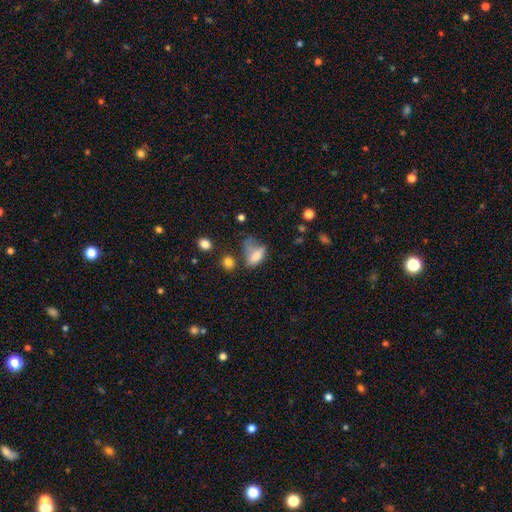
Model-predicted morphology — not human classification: This appears to be a smooth galaxy with no disk features (71%) that is in between round and cigar-shaped (84%). Merging: major disturbance (39%).